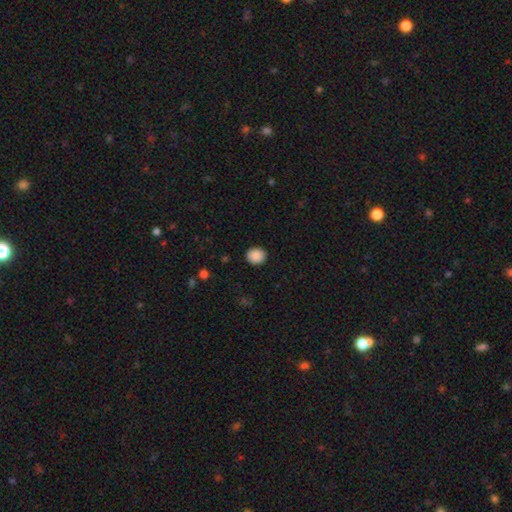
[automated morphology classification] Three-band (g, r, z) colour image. It shows a smooth galaxy with no disk features (89%) that is round (80%). Merging: none (90%).